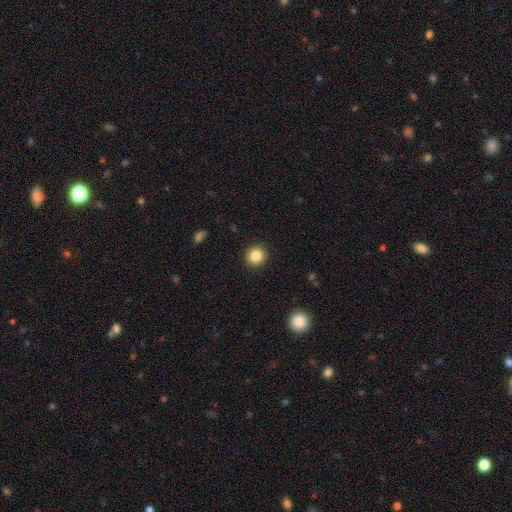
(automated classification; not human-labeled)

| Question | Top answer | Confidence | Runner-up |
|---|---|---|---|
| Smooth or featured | smooth | 85% | star or artifact (10%) |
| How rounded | round | 93% | in between (7%) |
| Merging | none | 92% | minor disturbance (5%) |